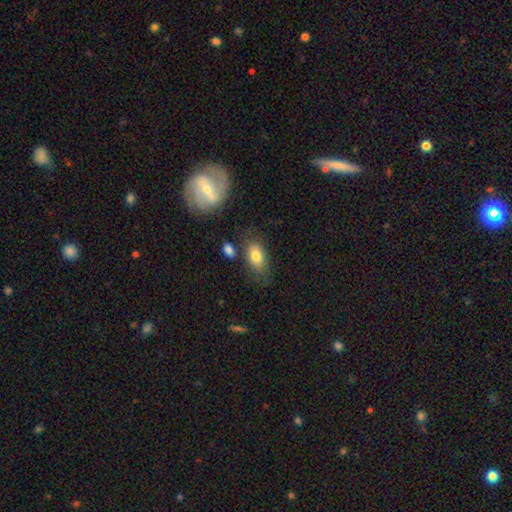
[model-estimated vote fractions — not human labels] Smooth or featured?
  - smooth: 79% *
  - featured or disk: 13%
  - star or artifact: 8%
How rounded?
  - in between: 89% *
  - round: 8%
  - cigar-shaped: 3%
Merging?
  - none: 67% *
  - minor disturbance: 18%
  - merger: 9%
  - major disturbance: 6%